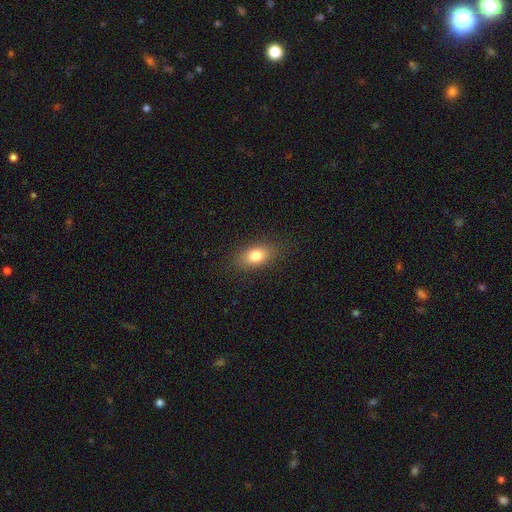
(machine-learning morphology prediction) A smooth galaxy with no disk features (79%) that is in between round and cigar-shaped (83%). Merging: none (86%).